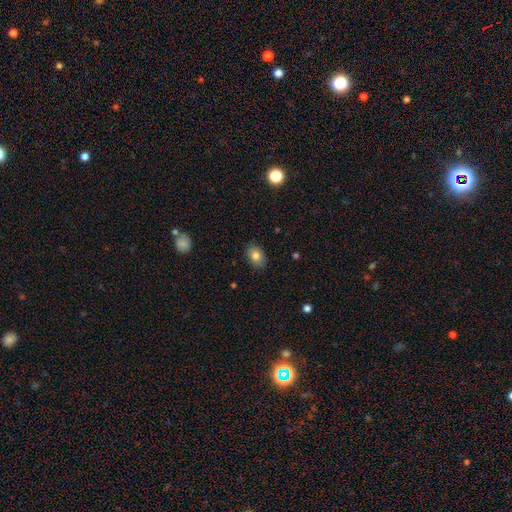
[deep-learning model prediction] smooth_or_featured: smooth (p=0.81) [alt: featured or disk p=0.10]
how_rounded: in between (p=0.80) [alt: round p=0.19]
merging: none (p=0.87) [alt: minor disturbance p=0.10]